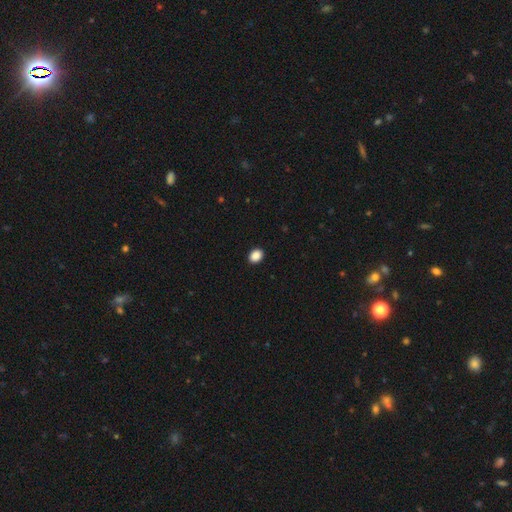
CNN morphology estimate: Smooth or featured: smooth — 89% (star or artifact — 9%)
How rounded: in between — 62% (round — 37%)
Merging: none — 92% (minor disturbance — 6%)